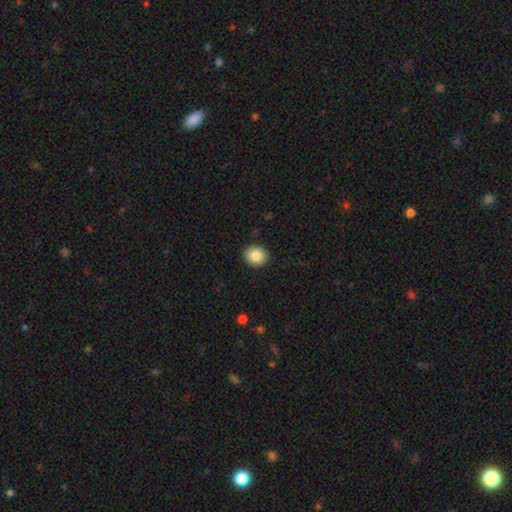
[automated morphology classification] Smooth or featured? smooth (86%)
How rounded? round (71%)
Merging? none (91%)